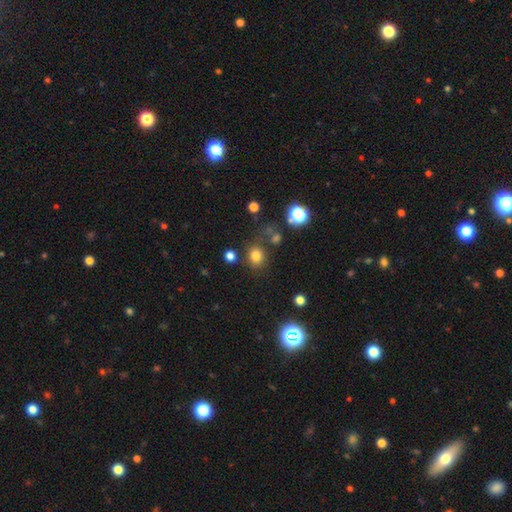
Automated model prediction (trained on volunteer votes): Morphology: type=smooth (76%); roundness=round (78%); merging=none (76%).